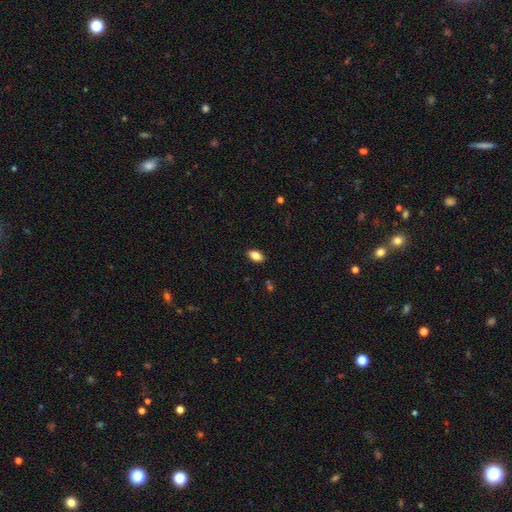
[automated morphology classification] type=smooth (83%); roundness=in between (91%); merging=none (89%).